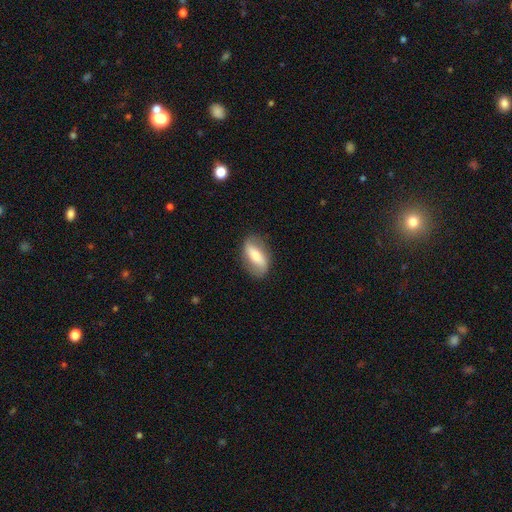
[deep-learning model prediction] Smooth or featured? Predicted: featured or disk (p=0.48). Merging? Predicted: none (p=0.81).